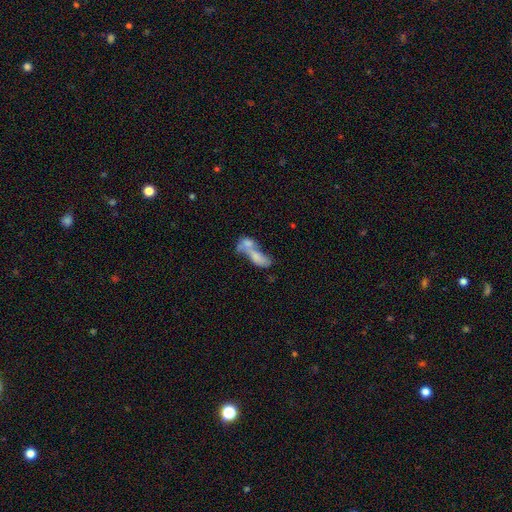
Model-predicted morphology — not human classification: Q: Smooth or featured?
A: smooth (62%); runner-up: featured or disk (28%)
Q: How rounded?
A: in between (74%); runner-up: cigar-shaped (20%)
Q: Merging?
A: merger (75%); runner-up: none (11%)